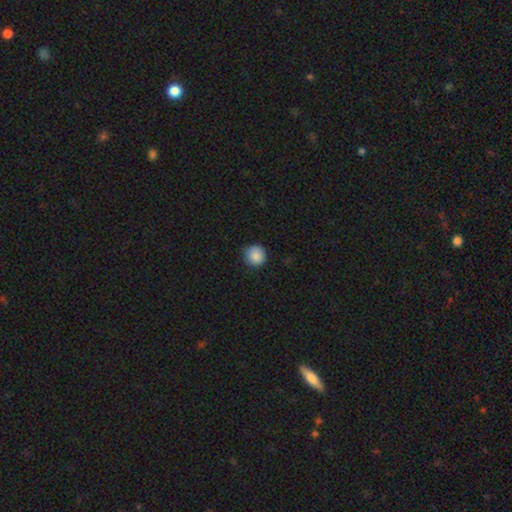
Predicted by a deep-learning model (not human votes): This is clearly a smooth galaxy (87%). How rounded: clearly round (94%). Merging: clearly none (87%).